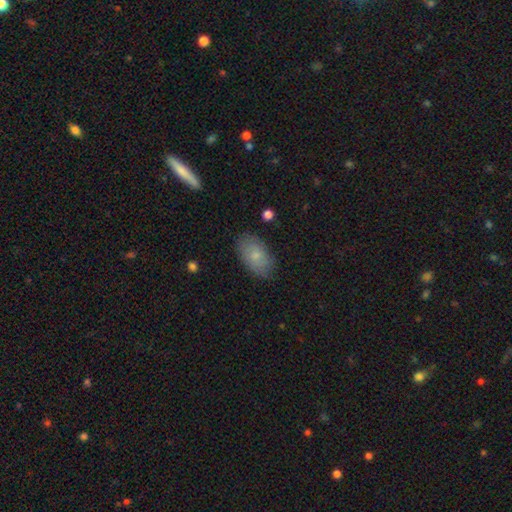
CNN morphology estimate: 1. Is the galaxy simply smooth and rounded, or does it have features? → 77% smooth, 16% featured or disk, 7% star or artifact.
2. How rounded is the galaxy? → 93% in between, 5% round, 2% cigar-shaped.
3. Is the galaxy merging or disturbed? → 82% none, 14% minor disturbance, 3% major disturbance, 1% merger.